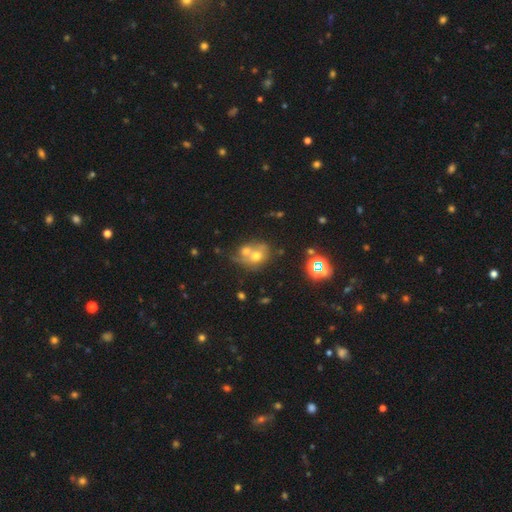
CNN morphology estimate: A smooth galaxy with no disk features (57%) that is round (63%).

Vote fractions:
- Smooth or featured? smooth: 57% / featured or disk: 26% / star or artifact: 17%
- How rounded? round: 63% / in between: 36% / cigar-shaped: 1%
- Merging? merger: 57% / none: 28% / minor disturbance: 9% / major disturbance: 6%